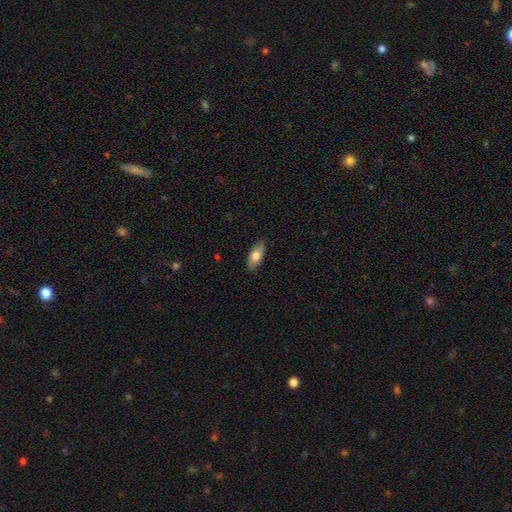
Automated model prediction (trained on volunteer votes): Overall: smooth (78%). How rounded: in between (87%). Merging: none (87%).